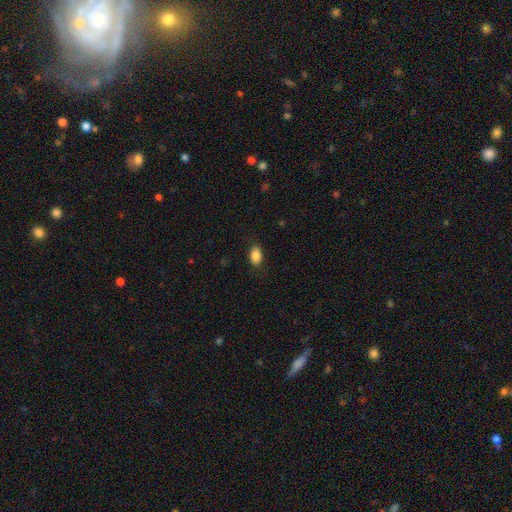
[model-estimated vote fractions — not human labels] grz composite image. It shows a smooth galaxy with no disk features (85%) that is in between round and cigar-shaped (89%). Merging: none (85%).